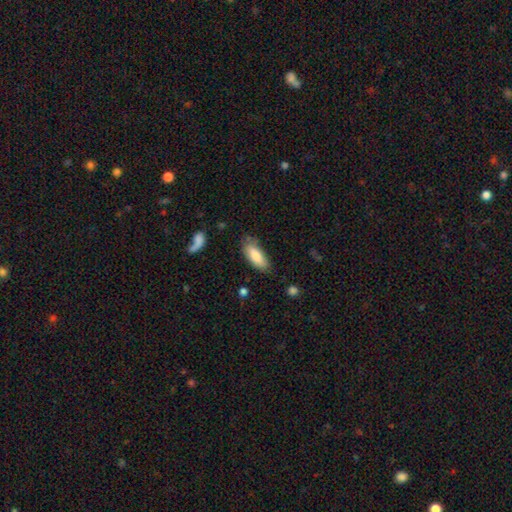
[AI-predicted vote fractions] smooth_or_featured: smooth (p=0.79) [alt: featured or disk p=0.15]
how_rounded: in between (p=0.76) [alt: cigar-shaped p=0.22]
merging: none (p=0.71) [alt: minor disturbance p=0.21]